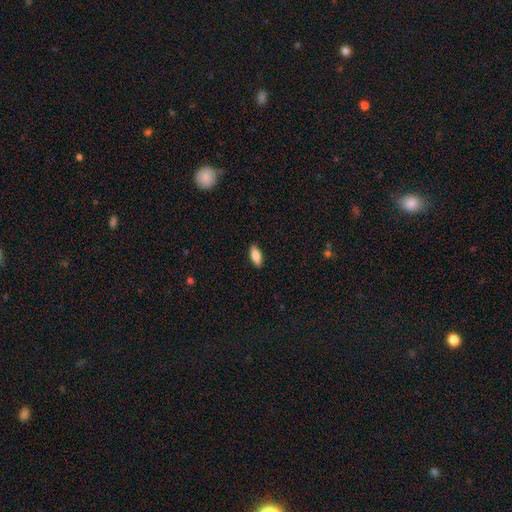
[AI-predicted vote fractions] Q: Smooth or featured?
A: smooth (83%); runner-up: featured or disk (10%)
Q: How rounded?
A: in between (82%); runner-up: cigar-shaped (16%)
Q: Merging?
A: none (89%); runner-up: minor disturbance (9%)